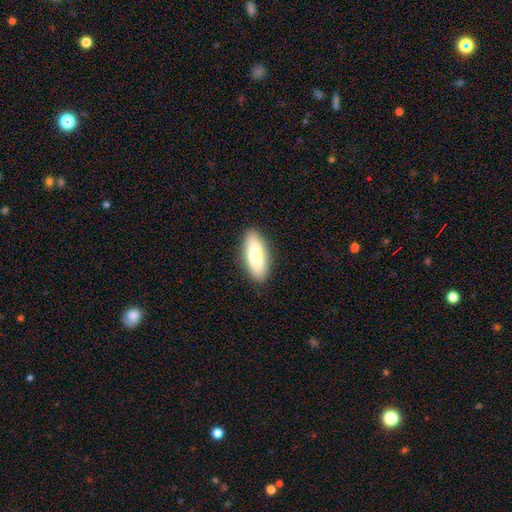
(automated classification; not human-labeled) Smooth or featured? smooth (76%)
How rounded? in between (67%)
Merging? none (89%)